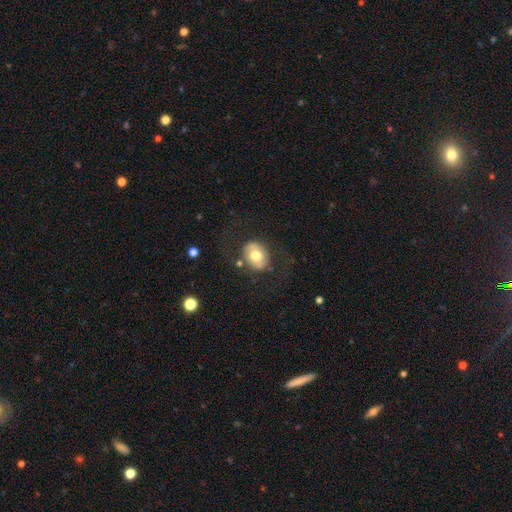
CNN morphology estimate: type=smooth (60%); roundness=round (51%); merging=none (71%).